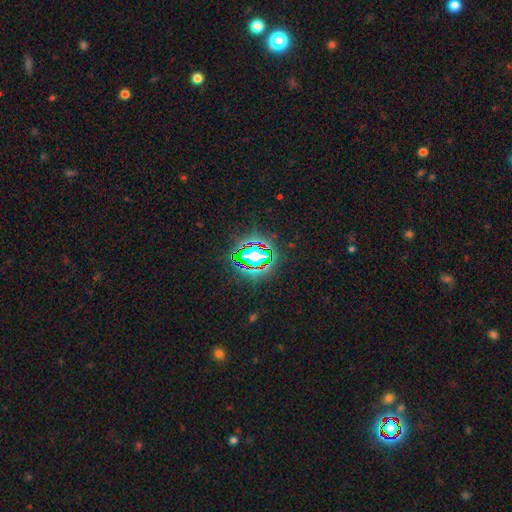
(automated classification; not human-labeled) Smooth or featured? star or artifact (72%)